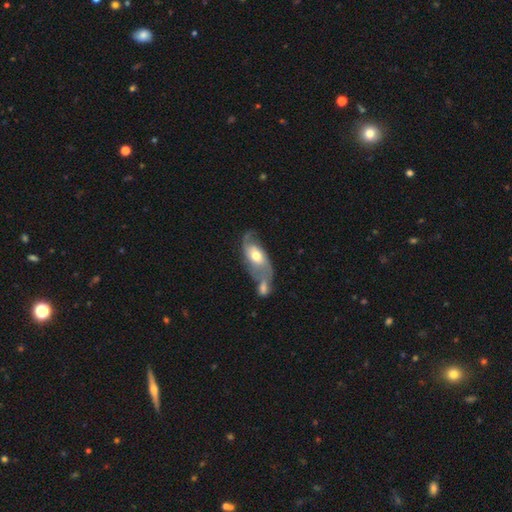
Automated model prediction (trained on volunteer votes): smooth-or-featured: featured or disk: 65% | smooth: 29% | star or artifact: 6%
  disk-edge-on: no: 93% | yes: 7%
    bar: no: 67% | weak: 26% | strong: 7%
    has-spiral-arms: yes: 81% | no: 19%
    bulge-size: moderate: 70% | small: 15% | large: 12% | dominant: 1% | none: 1%
  merging: merger: 46% | none: 25% | minor disturbance: 15% | major disturbance: 14%